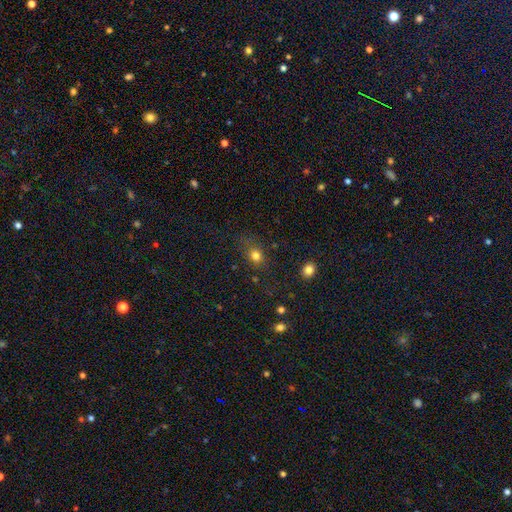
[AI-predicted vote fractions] The model was most divided on "how rounded": round: 59%, in between: 39%, cigar-shaped: 2%. More confident: smooth or featured — smooth (77%); merging — none (71%).